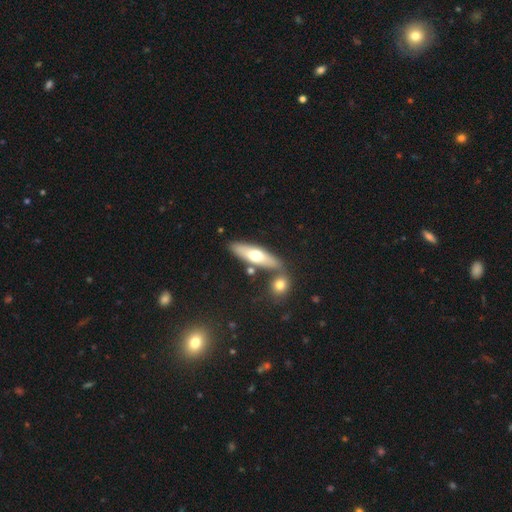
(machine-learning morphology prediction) Q: Smooth or featured?
A: smooth (56%); runner-up: featured or disk (38%)
Q: How rounded?
A: cigar-shaped (56%); runner-up: in between (41%)
Q: Merging?
A: none (68%); runner-up: merger (19%)